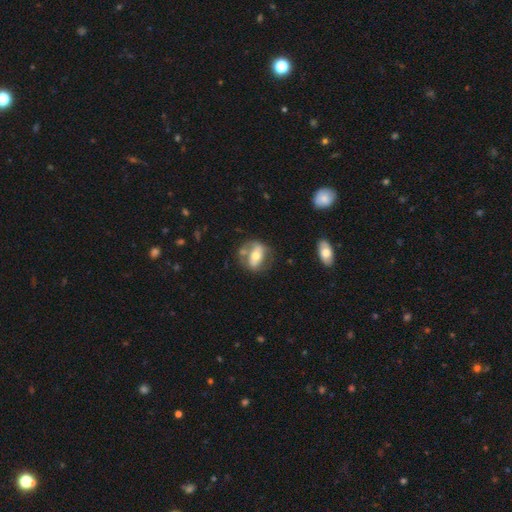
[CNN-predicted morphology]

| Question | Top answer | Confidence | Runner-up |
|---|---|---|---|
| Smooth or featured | featured or disk | 53% | smooth (40%) |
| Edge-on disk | no | 86% | yes (14%) |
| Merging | none | 54% | minor disturbance (20%) |